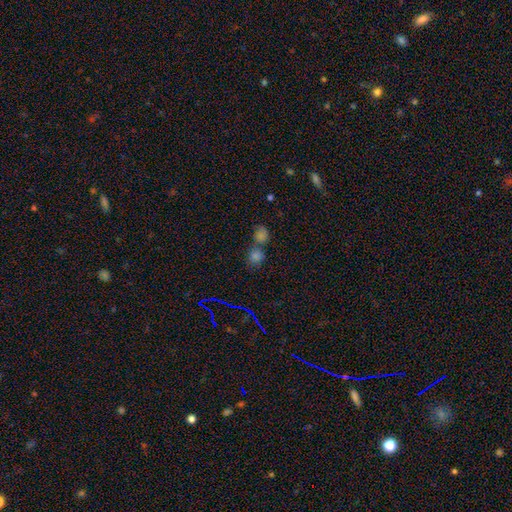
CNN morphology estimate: Smooth or featured? smooth (55%)
How rounded? round (72%)
Merging? none (48%)